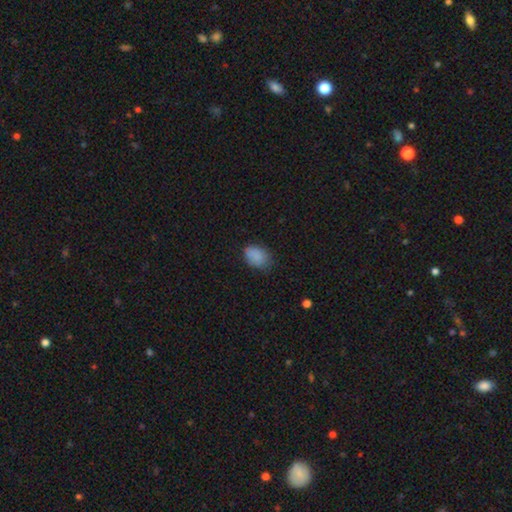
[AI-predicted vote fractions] Q: Smooth or featured?
A: smooth (87%); runner-up: star or artifact (9%)
Q: How rounded?
A: in between (75%); runner-up: round (24%)
Q: Merging?
A: none (71%); runner-up: minor disturbance (23%)